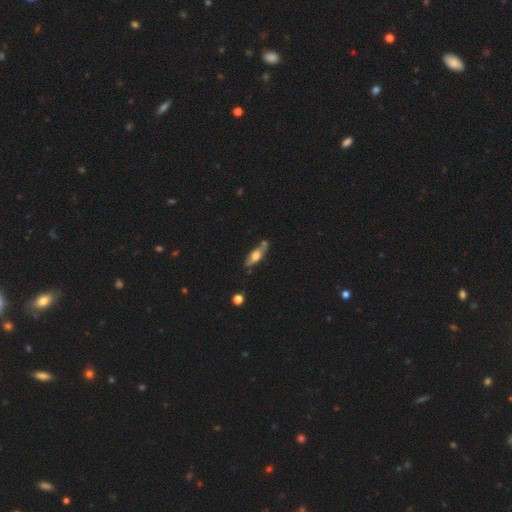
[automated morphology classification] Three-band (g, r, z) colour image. It shows a featured or disk galaxy (49%). Merging: none (66%).